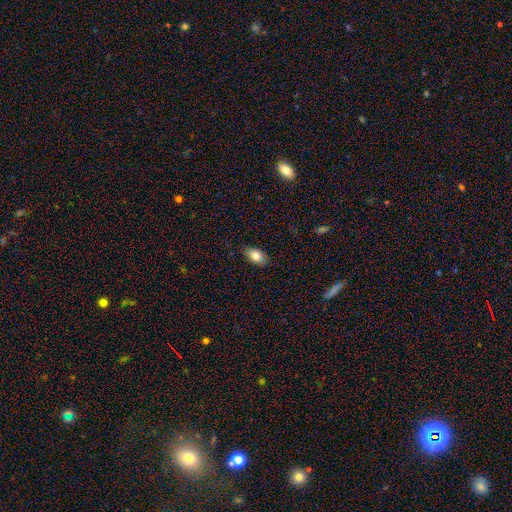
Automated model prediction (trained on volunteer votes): Smooth or featured: smooth — 82% (featured or disk — 10%)
How rounded: in between — 91% (round — 7%)
Merging: none — 85% (minor disturbance — 11%)